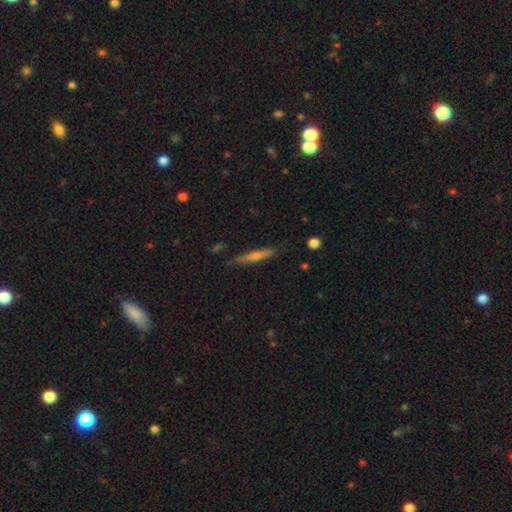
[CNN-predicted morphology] type=featured or disk (55%); edge-on=yes (95%); edge-on bulge=rounded (68%); merging=none (86%).